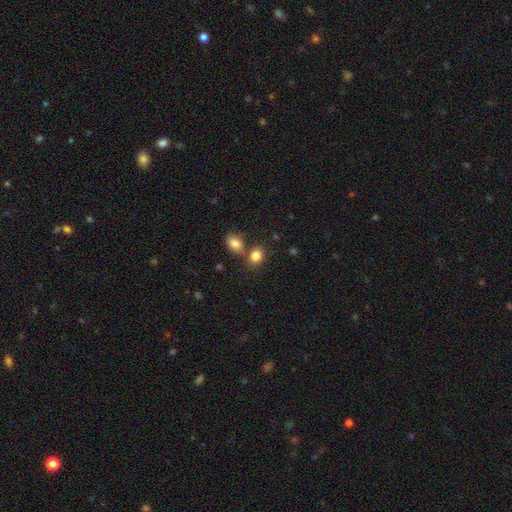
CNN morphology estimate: Smooth or featured: smooth — 83% (star or artifact — 10%)
How rounded: in between — 53% (round — 46%)
Merging: none — 59% (merger — 27%)